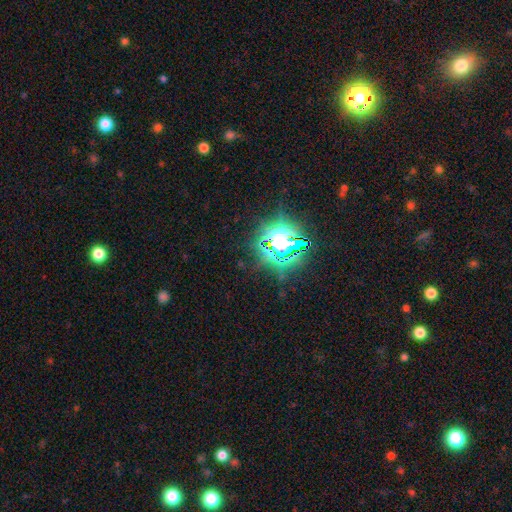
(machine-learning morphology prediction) This appears to be a star or artifact, not a galaxy (81%).